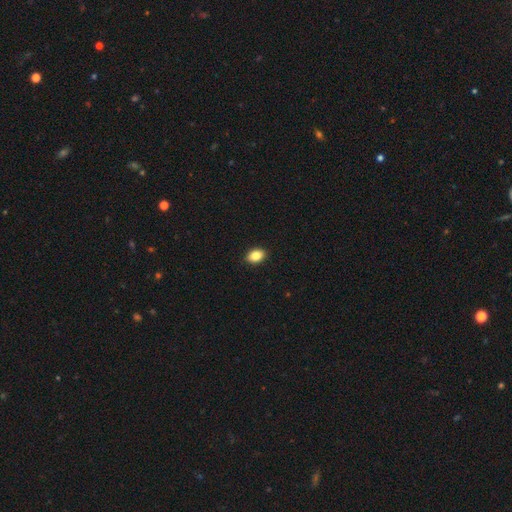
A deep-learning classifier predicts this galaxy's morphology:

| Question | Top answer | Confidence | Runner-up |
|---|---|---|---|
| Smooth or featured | smooth | 85% | star or artifact (9%) |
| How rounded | in between | 78% | round (21%) |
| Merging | none | 91% | minor disturbance (7%) |